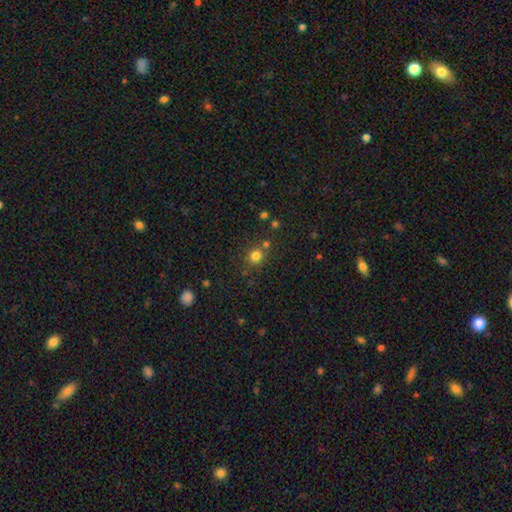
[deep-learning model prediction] Smooth or featured? Predicted: smooth (p=0.78). How rounded? Predicted: round (p=0.85). Merging? Predicted: none (p=0.73).